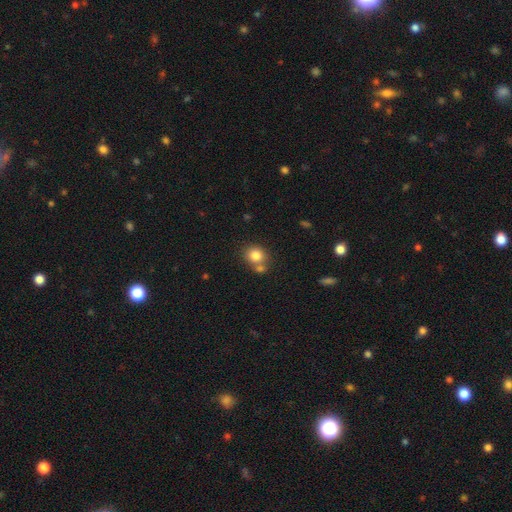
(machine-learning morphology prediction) Smooth or featured: smooth — 82% (star or artifact — 10%)
How rounded: round — 76% (in between — 23%)
Merging: none — 59% (merger — 28%)